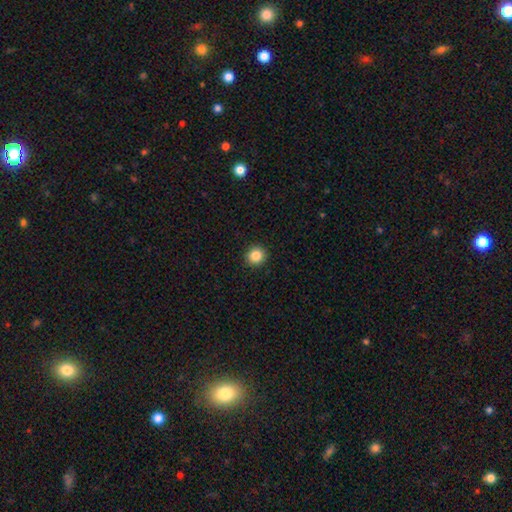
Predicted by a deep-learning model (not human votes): Smooth or featured? smooth (85%)
How rounded? round (92%)
Merging? none (93%)